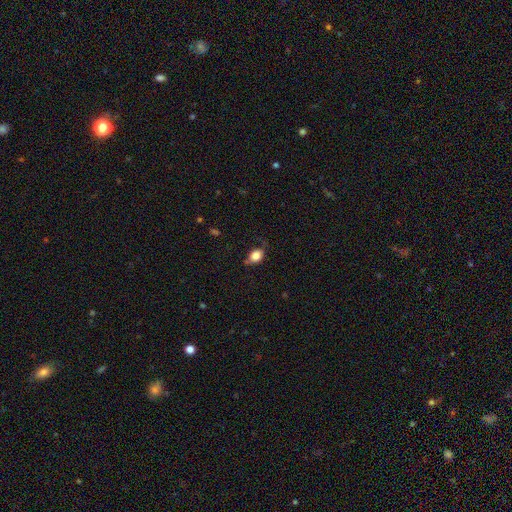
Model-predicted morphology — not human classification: Q: Smooth or featured?
A: smooth (81%); runner-up: featured or disk (10%)
Q: How rounded?
A: in between (67%); runner-up: round (32%)
Q: Merging?
A: none (60%); runner-up: minor disturbance (29%)